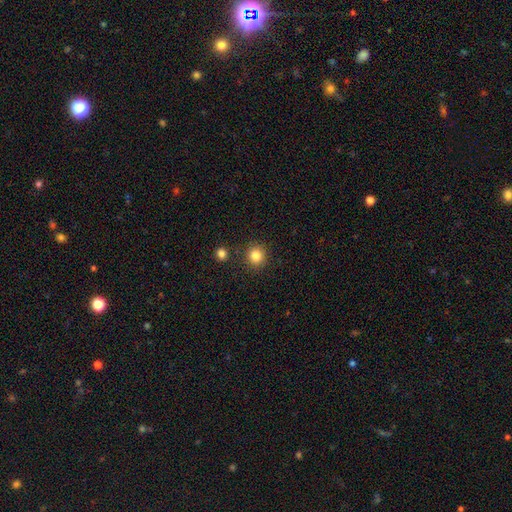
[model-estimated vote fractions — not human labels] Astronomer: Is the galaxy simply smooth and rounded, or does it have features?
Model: smooth — 84%.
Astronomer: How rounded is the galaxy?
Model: round — 92%.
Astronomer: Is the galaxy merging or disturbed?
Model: none — 88%.